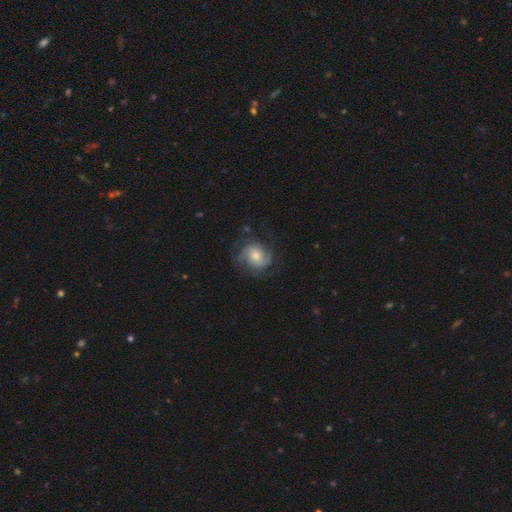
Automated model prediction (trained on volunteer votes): This appears to be a featured or disk galaxy (66%) with no bar (71%), 2 (34%) medium (42%) spiral arms (91%) and a moderate central bulge (55%). Merging: none (67%).